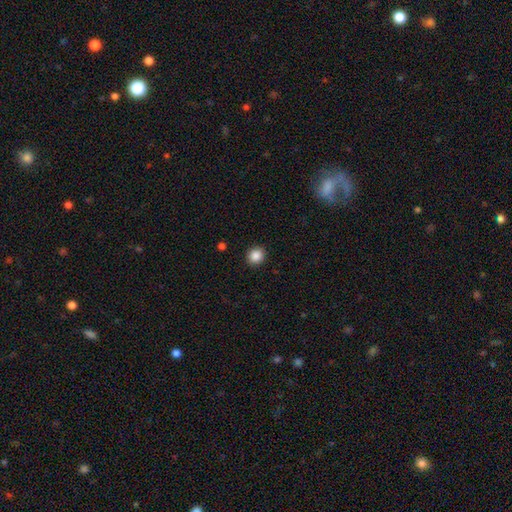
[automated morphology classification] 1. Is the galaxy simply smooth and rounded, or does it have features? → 87% smooth, 10% star or artifact, 3% featured or disk.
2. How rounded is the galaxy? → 79% round, 20% in between, 1% cigar-shaped.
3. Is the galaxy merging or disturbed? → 91% none, 6% minor disturbance, 2% major disturbance, 1% merger.